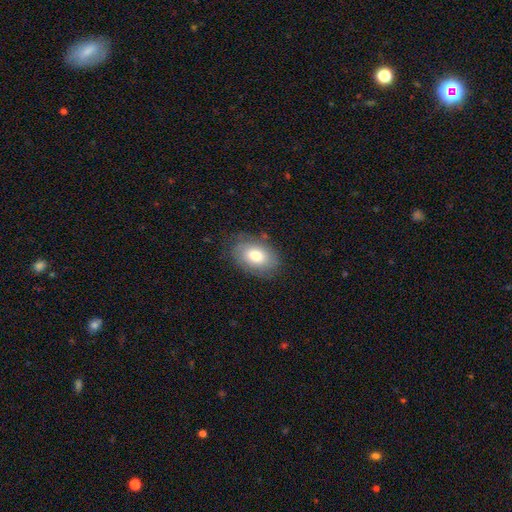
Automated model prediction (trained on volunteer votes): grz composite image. It shows a smooth galaxy with no disk features (73%) that is in between round and cigar-shaped (86%). Merging: none (77%).